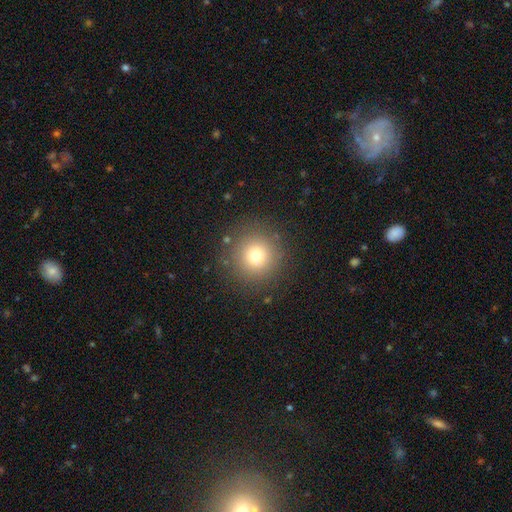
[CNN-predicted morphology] Overall: smooth (77%). How rounded: round (95%). Merging: none (88%).